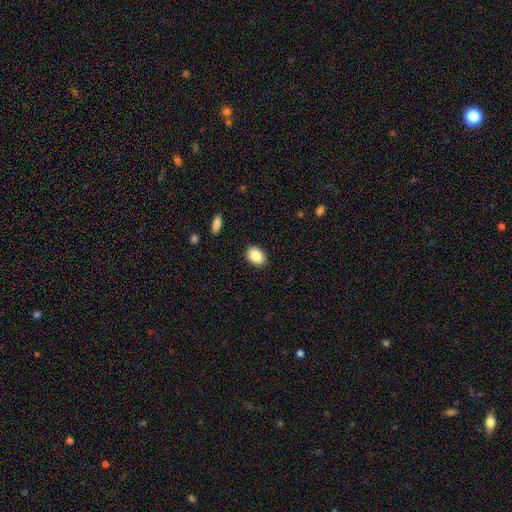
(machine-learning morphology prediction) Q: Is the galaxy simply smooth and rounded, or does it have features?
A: smooth — 88%.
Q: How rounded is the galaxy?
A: in between — 80%.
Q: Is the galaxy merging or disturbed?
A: none — 89%.